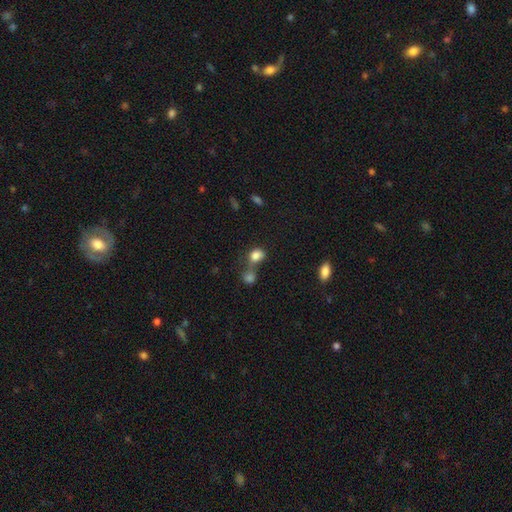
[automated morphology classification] This is clearly a smooth galaxy (82%). How rounded: possibly in between (56%). Merging: possibly merger (47%).